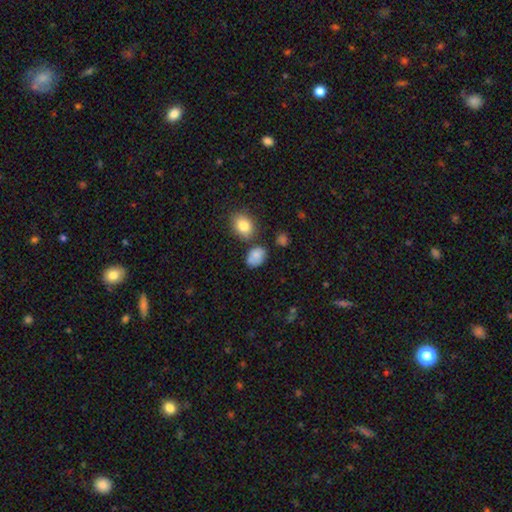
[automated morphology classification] Smooth or featured?
  - smooth: 81% *
  - featured or disk: 10%
  - star or artifact: 10%
How rounded?
  - in between: 74% *
  - round: 25%
  - cigar-shaped: 1%
Merging?
  - none: 65% *
  - minor disturbance: 21%
  - merger: 9%
  - major disturbance: 6%